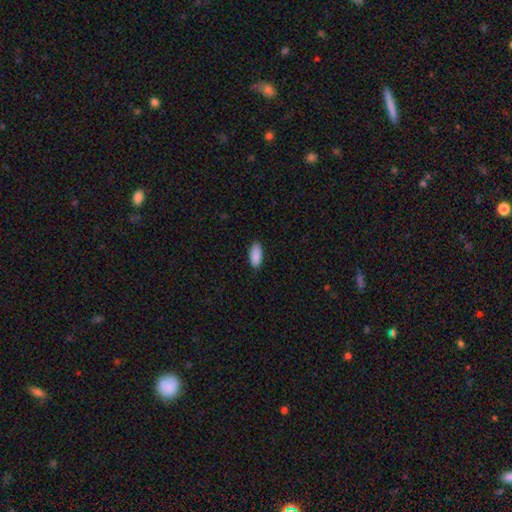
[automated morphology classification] smooth_or_featured: smooth (p=0.90) [alt: star or artifact p=0.06]
how_rounded: in between (p=0.89) [alt: cigar-shaped p=0.09]
merging: none (p=0.86) [alt: minor disturbance p=0.11]